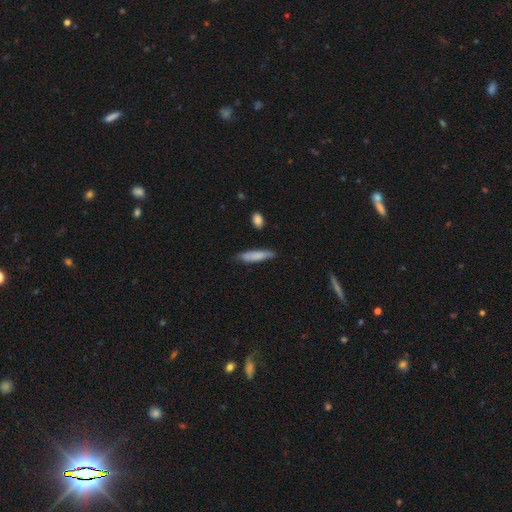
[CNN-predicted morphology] Smooth or featured? smooth (78%)
How rounded? cigar-shaped (79%)
Merging? none (73%)